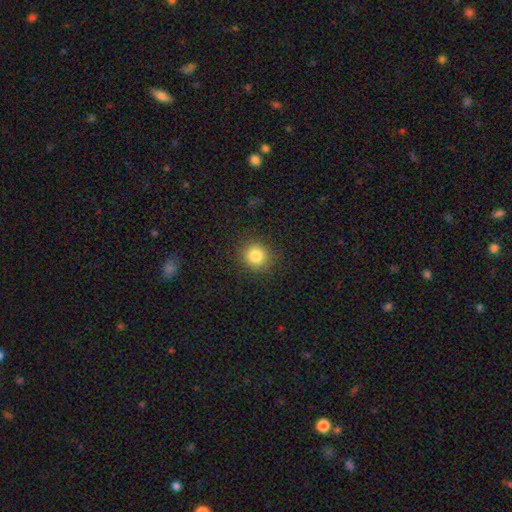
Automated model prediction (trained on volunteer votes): Q: Smooth or featured?
A: smooth (83%); runner-up: star or artifact (11%)
Q: How rounded?
A: round (87%); runner-up: in between (12%)
Q: Merging?
A: none (89%); runner-up: minor disturbance (8%)